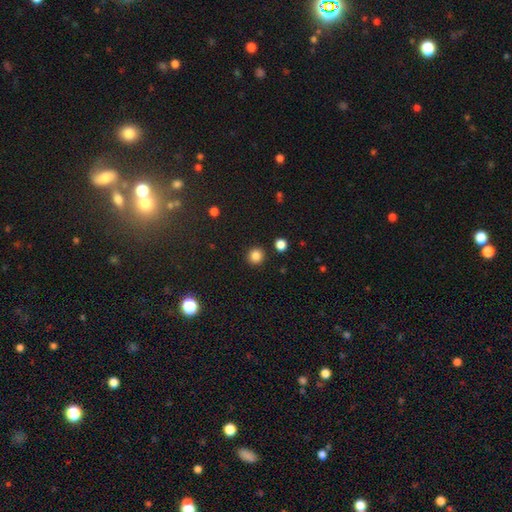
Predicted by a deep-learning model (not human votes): This is clearly a smooth galaxy (85%). How rounded: clearly round (93%). Merging: clearly none (91%).